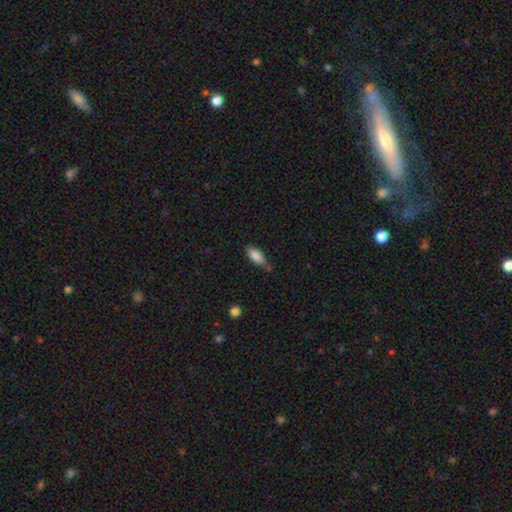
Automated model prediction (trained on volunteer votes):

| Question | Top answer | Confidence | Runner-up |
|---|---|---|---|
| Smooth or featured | smooth | 83% | featured or disk (9%) |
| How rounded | in between | 72% | cigar-shaped (26%) |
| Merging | none | 55% | minor disturbance (33%) |